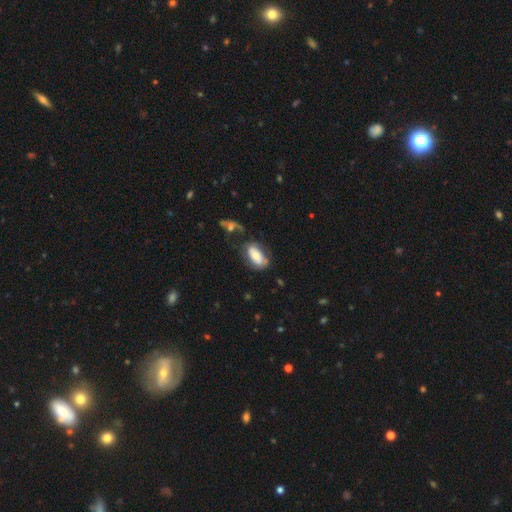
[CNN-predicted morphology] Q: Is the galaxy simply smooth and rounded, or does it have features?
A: smooth — 58%.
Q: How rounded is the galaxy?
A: in between — 90%.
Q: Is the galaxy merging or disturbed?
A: none — 57%.